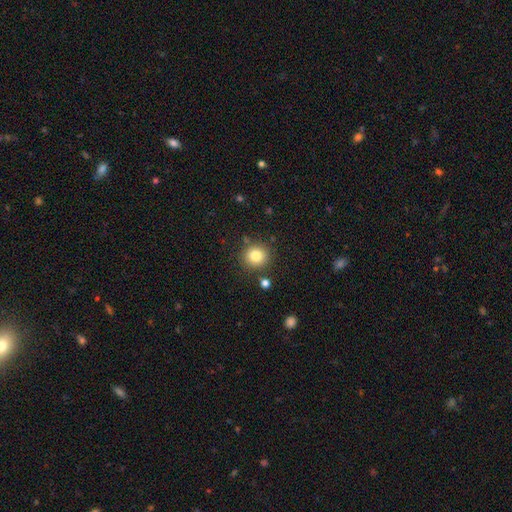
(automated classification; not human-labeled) Smooth or featured? smooth (81%)
How rounded? round (90%)
Merging? none (84%)